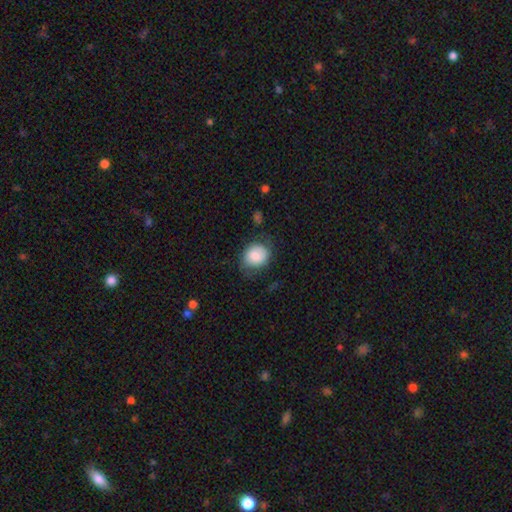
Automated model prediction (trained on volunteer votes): Smooth or featured?
  - smooth: 79% *
  - featured or disk: 14%
  - star or artifact: 7%
How rounded?
  - round: 60% *
  - in between: 39%
  - cigar-shaped: 1%
Merging?
  - none: 59% *
  - minor disturbance: 28%
  - major disturbance: 12%
  - merger: 2%